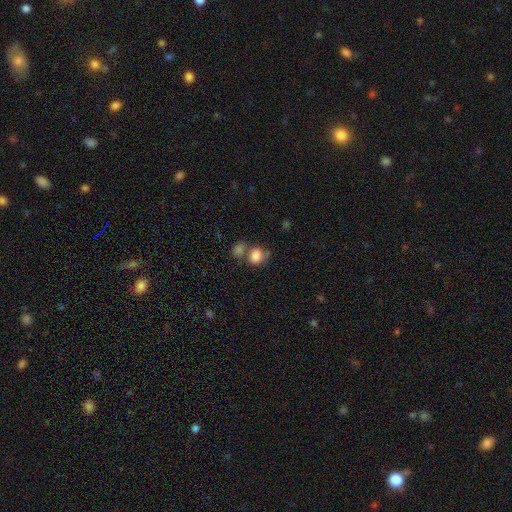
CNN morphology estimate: This appears to be a smooth galaxy with no disk features (82%) that is round (56%). Merging: none (40%).